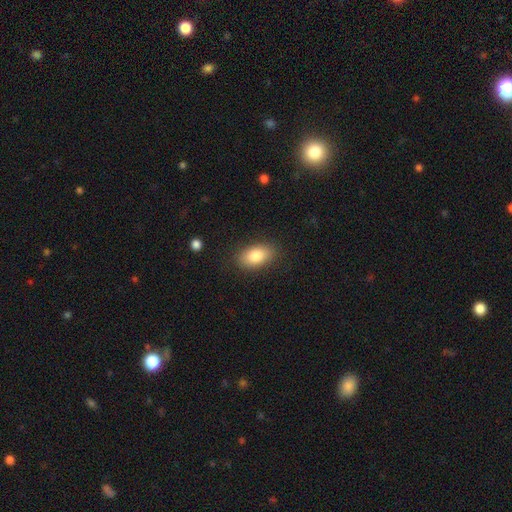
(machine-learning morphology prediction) This appears to be a smooth galaxy with no disk features (83%) that is in between round and cigar-shaped (91%). Merging: none (85%).